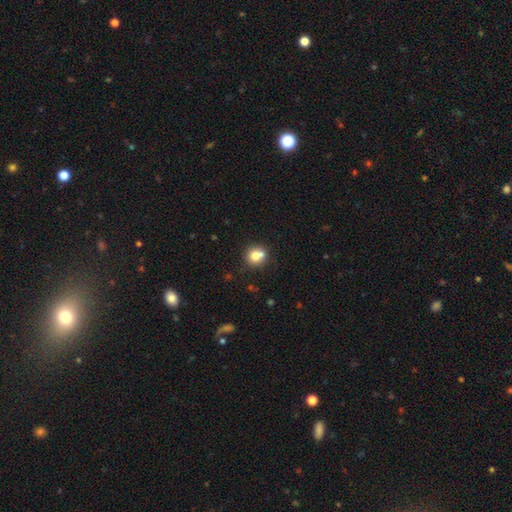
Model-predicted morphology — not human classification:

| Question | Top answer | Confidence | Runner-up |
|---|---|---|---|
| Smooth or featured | smooth | 75% | featured or disk (14%) |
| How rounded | round | 85% | in between (14%) |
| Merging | none | 57% | merger (30%) |